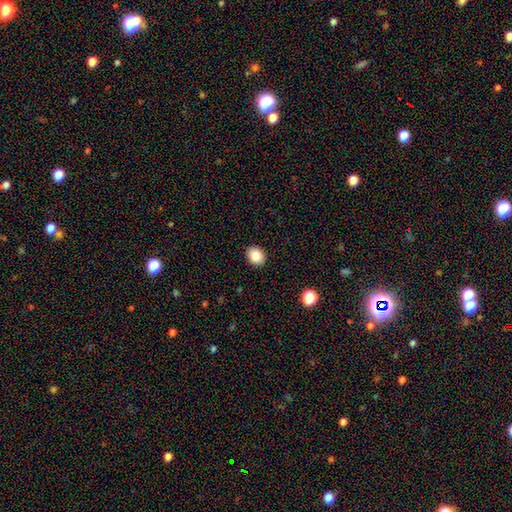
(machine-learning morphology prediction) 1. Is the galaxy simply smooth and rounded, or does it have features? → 85% smooth, 9% star or artifact, 6% featured or disk.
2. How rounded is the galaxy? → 50% round, 49% in between, 1% cigar-shaped.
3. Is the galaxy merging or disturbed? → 90% none, 7% minor disturbance, 2% major disturbance, 1% merger.